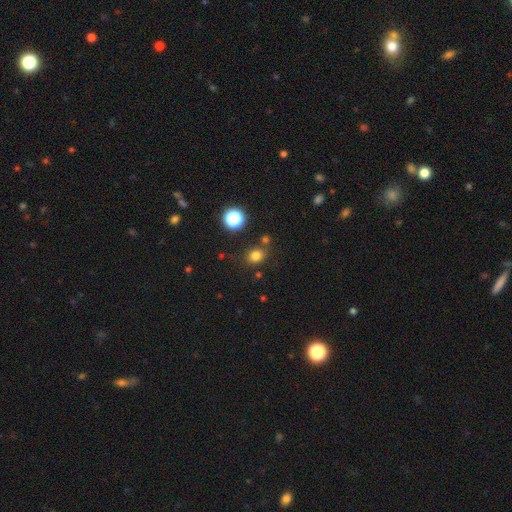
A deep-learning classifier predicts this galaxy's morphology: Q: Smooth or featured?
A: smooth (77%); runner-up: star or artifact (17%)
Q: How rounded?
A: round (61%); runner-up: in between (38%)
Q: Merging?
A: none (75%); runner-up: minor disturbance (13%)